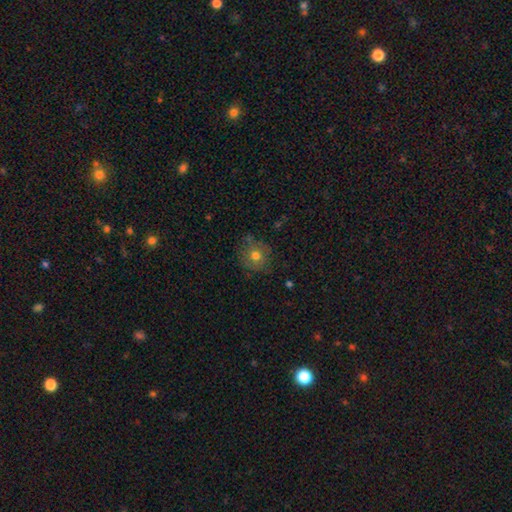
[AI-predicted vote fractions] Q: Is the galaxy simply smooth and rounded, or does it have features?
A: smooth — 72%.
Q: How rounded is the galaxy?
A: round — 88%.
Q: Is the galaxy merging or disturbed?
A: none — 79%.